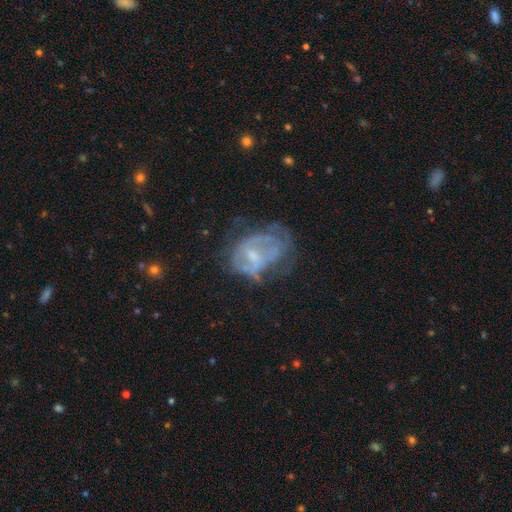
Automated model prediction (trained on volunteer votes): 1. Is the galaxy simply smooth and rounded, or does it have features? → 66% featured or disk, 23% smooth, 11% star or artifact.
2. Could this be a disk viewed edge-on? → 97% no, 3% yes.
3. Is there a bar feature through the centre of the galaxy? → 53% no, 38% weak, 9% strong.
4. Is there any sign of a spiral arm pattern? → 55% no, 45% yes.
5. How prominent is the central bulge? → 48% small, 37% moderate, 12% none, 2% large, 1% dominant.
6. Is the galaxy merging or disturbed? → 37% none, 35% major disturbance, 25% minor disturbance, 4% merger.